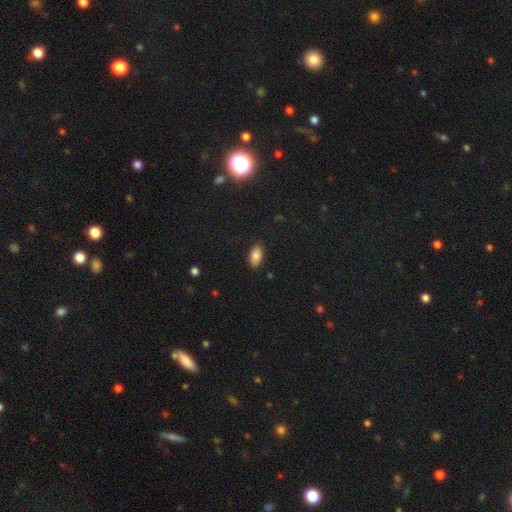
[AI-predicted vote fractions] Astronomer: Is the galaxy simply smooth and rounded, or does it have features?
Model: smooth — 84%.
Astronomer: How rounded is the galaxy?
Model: in between — 93%.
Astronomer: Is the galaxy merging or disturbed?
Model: none — 86%.